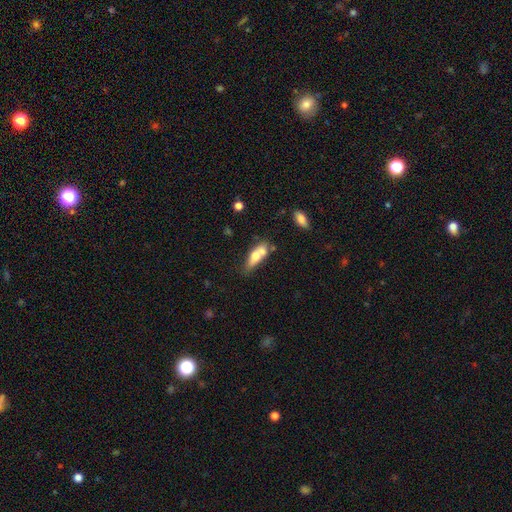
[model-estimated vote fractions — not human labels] smooth_or_featured: smooth (p=0.62) [alt: featured or disk p=0.30]
how_rounded: in between (p=0.63) [alt: cigar-shaped p=0.32]
merging: merger (p=0.42) [alt: none p=0.33]